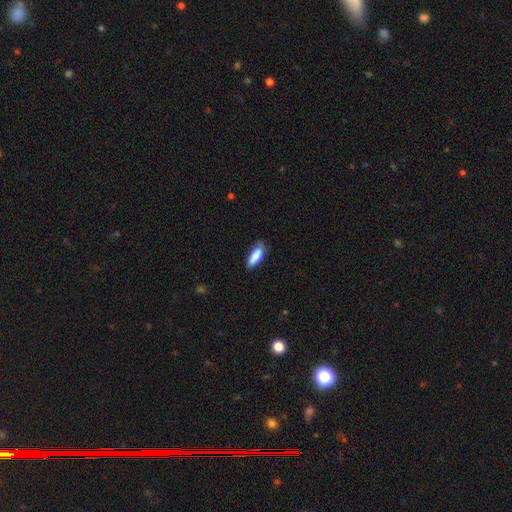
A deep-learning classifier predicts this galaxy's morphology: Smooth or featured? smooth (81%)
How rounded? in between (68%)
Merging? none (71%)